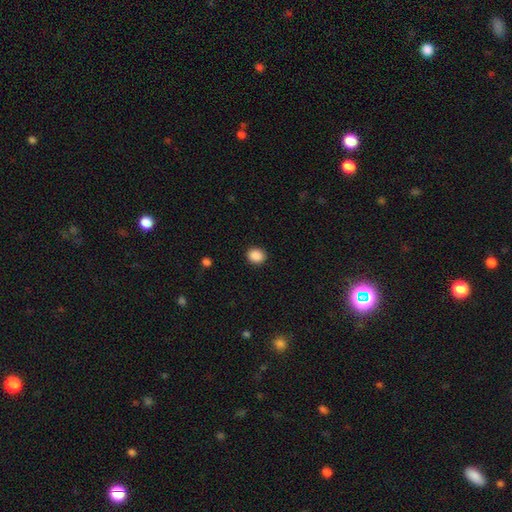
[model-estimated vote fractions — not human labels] Morphology: type=smooth (89%); roundness=round (68%); merging=none (90%).